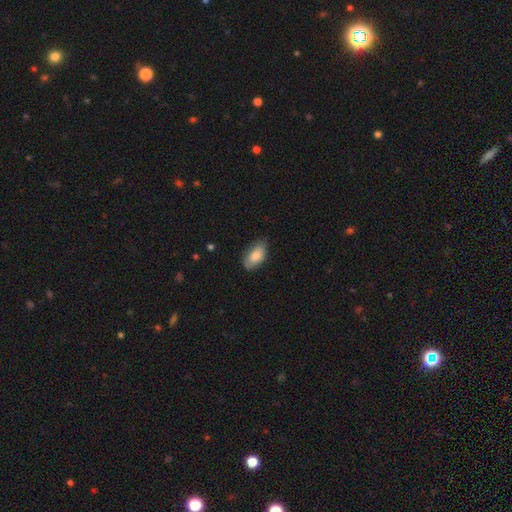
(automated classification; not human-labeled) smooth_or_featured: smooth (p=0.79) [alt: featured or disk p=0.14]
how_rounded: in between (p=0.93) [alt: round p=0.04]
merging: none (p=0.70) [alt: minor disturbance p=0.25]